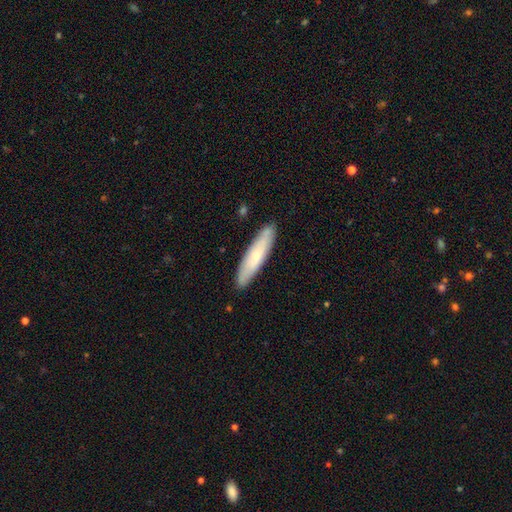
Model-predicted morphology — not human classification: Overall: smooth (61%; featured or disk 33%). How rounded: cigar-shaped (82%). Merging: none (88%).